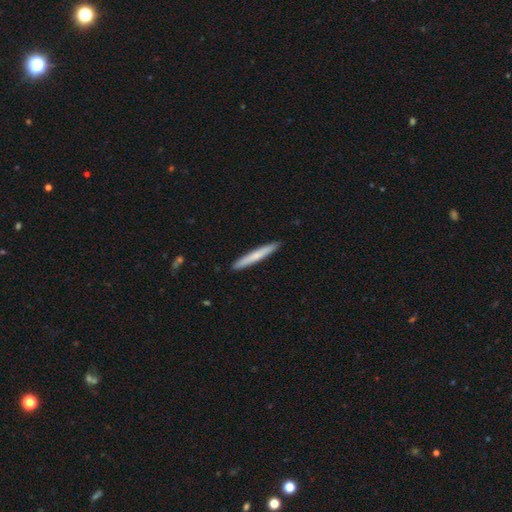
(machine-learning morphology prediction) Overall: smooth (62%; featured or disk 33%). How rounded: cigar-shaped (96%). Merging: none (92%).